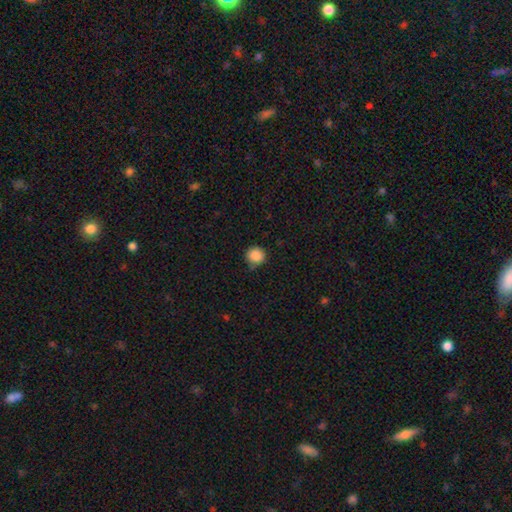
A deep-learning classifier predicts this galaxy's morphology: A smooth galaxy with no disk features (87%) that is round (92%). Merging: none (77%).